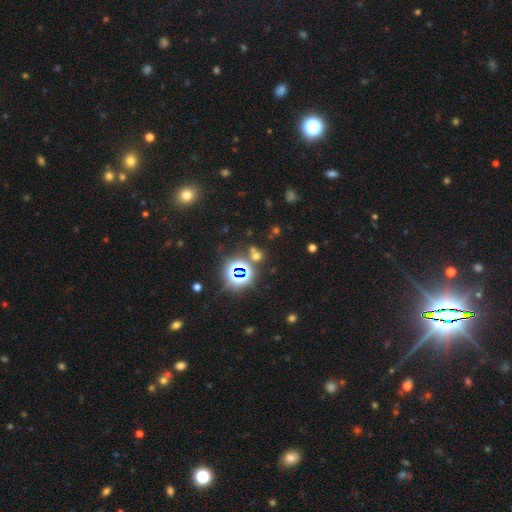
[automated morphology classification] This appears to be a star or artifact, not a galaxy (55%).